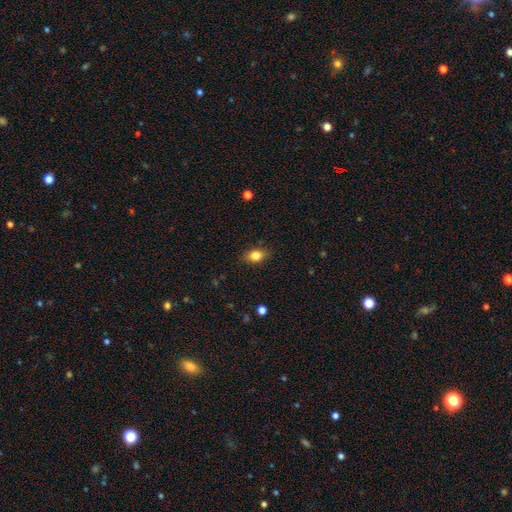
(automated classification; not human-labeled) A smooth galaxy with no disk features (83%) that is in between round and cigar-shaped (75%).

Vote fractions:
- Smooth or featured? smooth: 83% / star or artifact: 9% / featured or disk: 8%
- How rounded? in between: 75% / round: 23% / cigar-shaped: 2%
- Merging? none: 85% / minor disturbance: 11% / major disturbance: 3% / merger: 1%